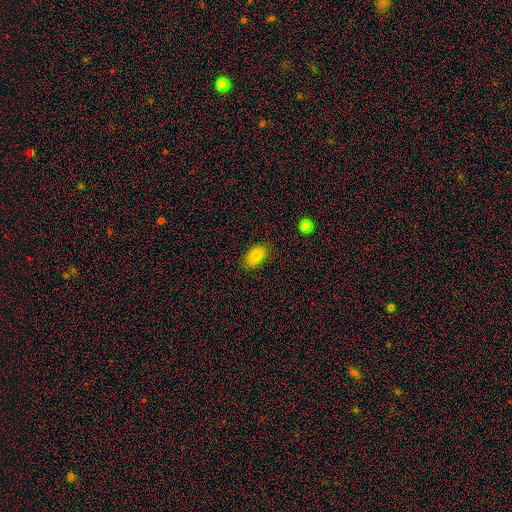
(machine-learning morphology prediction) Smooth or featured?
  - smooth: 84% *
  - star or artifact: 8%
  - featured or disk: 7%
How rounded?
  - in between: 92% *
  - round: 6%
  - cigar-shaped: 3%
Merging?
  - none: 82% *
  - minor disturbance: 14%
  - major disturbance: 3%
  - merger: 1%